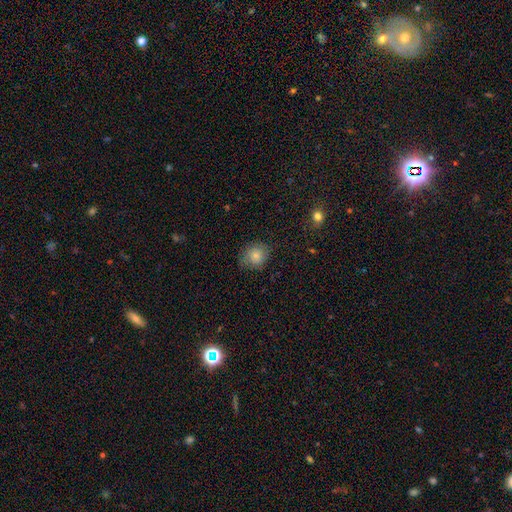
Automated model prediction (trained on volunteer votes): Morphology: type=smooth (79%); roundness=round (71%); merging=none (73%).